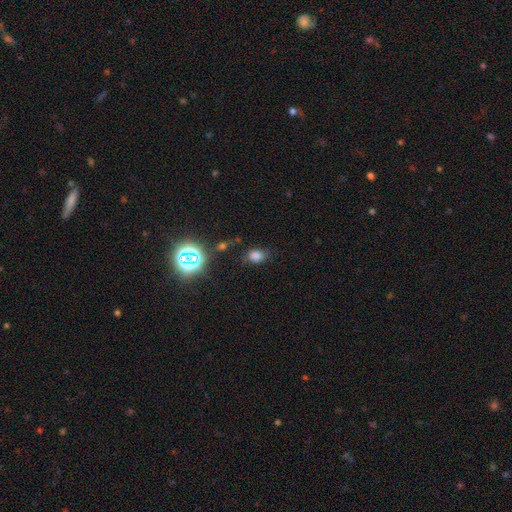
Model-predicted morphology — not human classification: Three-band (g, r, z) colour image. It shows a smooth galaxy with no disk features (71%) that is in between round and cigar-shaped (69%). Merging: none (70%).